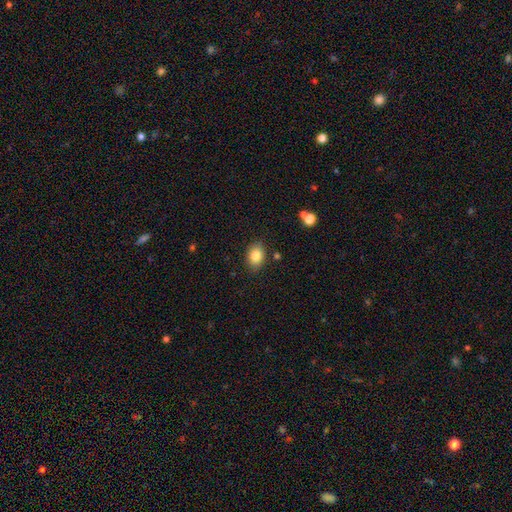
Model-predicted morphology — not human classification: The model was most divided on "how rounded": in between: 75%, round: 24%, cigar-shaped: 1%. More confident: merging — none (85%); smooth or featured — smooth (83%).